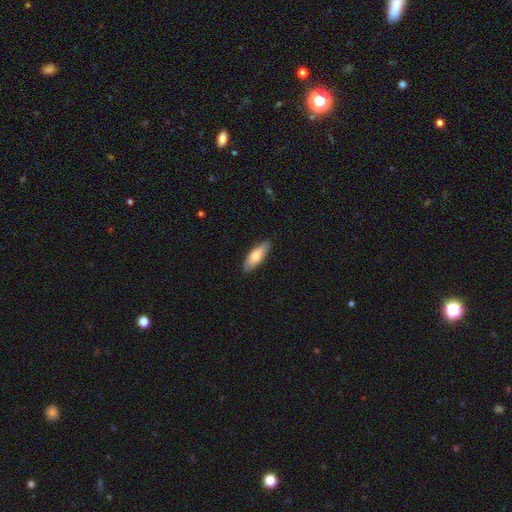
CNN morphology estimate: This is likely a smooth galaxy (73%). How rounded: likely in between (64%). Merging: clearly none (85%).